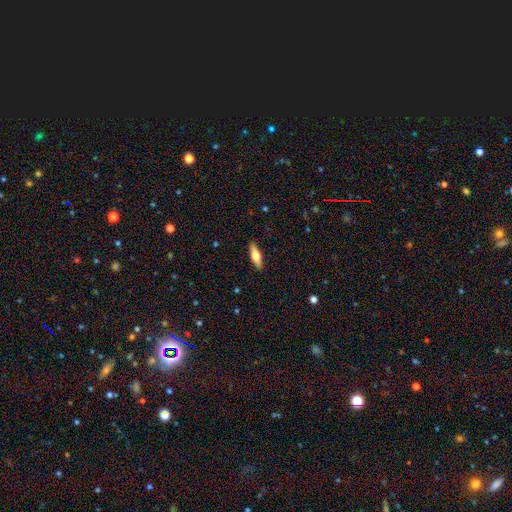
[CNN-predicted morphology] Smooth or featured? smooth (52%)
How rounded? cigar-shaped (62%)
Merging? none (90%)